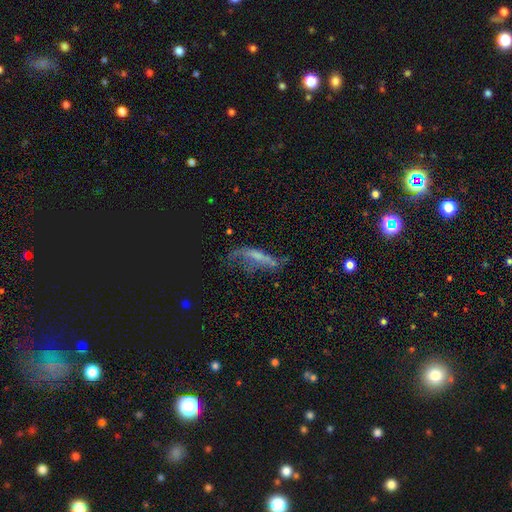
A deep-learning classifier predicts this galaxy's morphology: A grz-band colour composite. It shows a featured or disk galaxy (50%). Merging: none (36%).